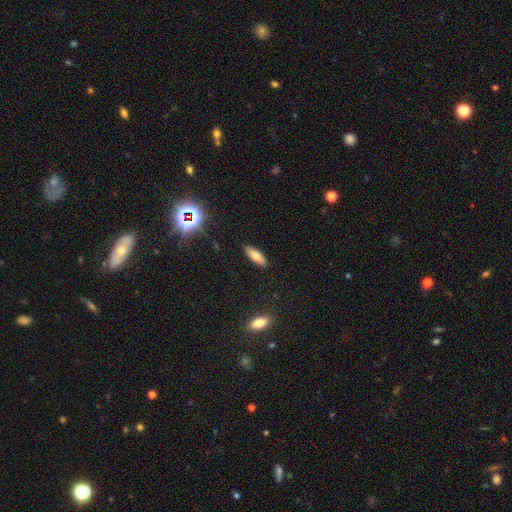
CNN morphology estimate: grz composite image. It shows a smooth galaxy with no disk features (79%) that is in between round and cigar-shaped (69%). Merging: none (88%).